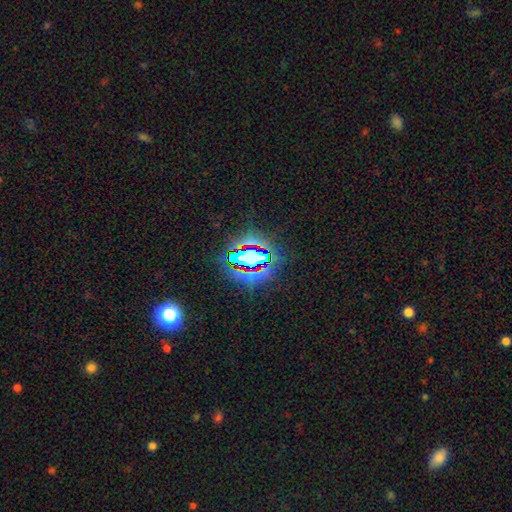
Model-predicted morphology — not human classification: Smooth or featured: star or artifact — 64% (smooth — 24%)